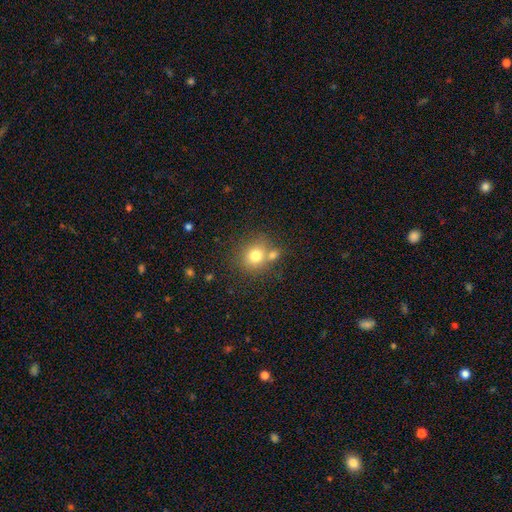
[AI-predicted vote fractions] Smooth or featured: smooth — 76% (star or artifact — 12%)
How rounded: round — 80% (in between — 20%)
Merging: none — 57% (merger — 28%)